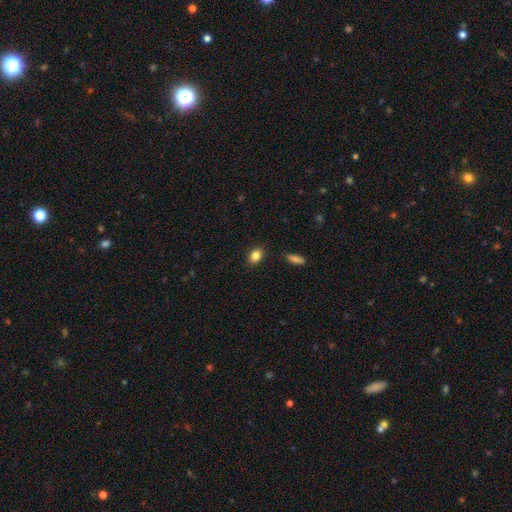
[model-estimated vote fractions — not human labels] Smooth or featured: smooth — 84% (star or artifact — 9%)
How rounded: in between — 72% (round — 27%)
Merging: none — 87% (minor disturbance — 9%)